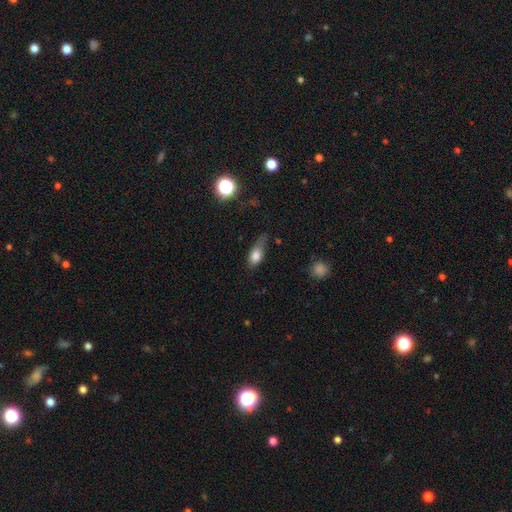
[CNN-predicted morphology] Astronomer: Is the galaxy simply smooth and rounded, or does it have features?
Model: smooth — 75%.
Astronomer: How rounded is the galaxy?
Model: in between — 76%.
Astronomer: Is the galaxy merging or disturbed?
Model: minor disturbance — 41% (runner-up: none, 36%).